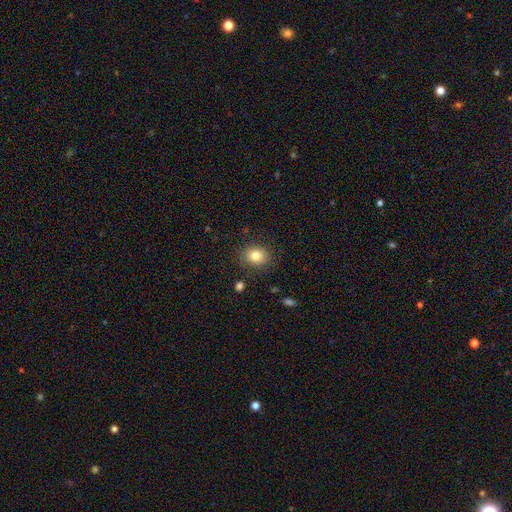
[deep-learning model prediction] Smooth or featured? smooth (81%)
How rounded? round (60%)
Merging? none (86%)